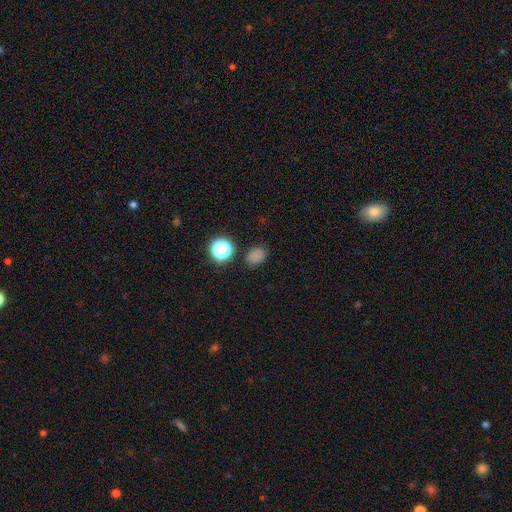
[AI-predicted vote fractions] Smooth or featured?
  - smooth: 73% *
  - star or artifact: 21%
  - featured or disk: 6%
How rounded?
  - round: 54% *
  - in between: 45%
  - cigar-shaped: 1%
Merging?
  - none: 81% *
  - minor disturbance: 13%
  - major disturbance: 3%
  - merger: 3%